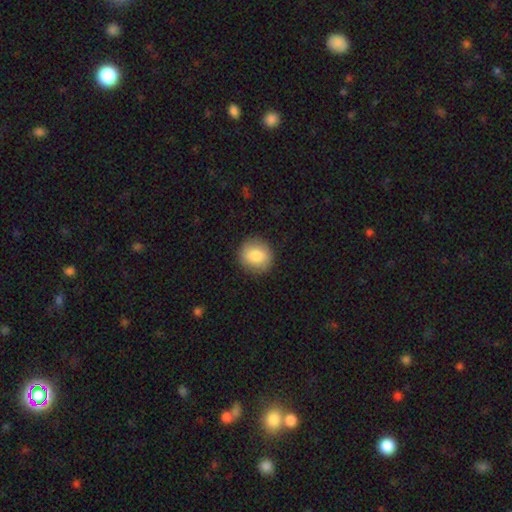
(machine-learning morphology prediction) smooth 83%, featured or disk 9%, star or artifact 8%. Down the decision tree: how rounded — round (89%); merging — none (89%).